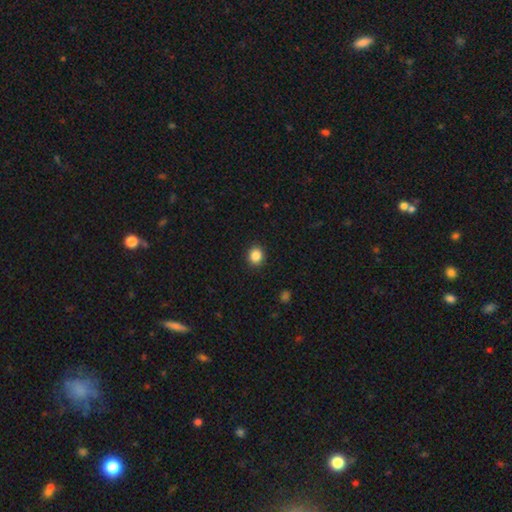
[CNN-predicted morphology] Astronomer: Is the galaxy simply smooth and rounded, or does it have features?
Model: smooth — 86%.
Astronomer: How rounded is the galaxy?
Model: round — 79%.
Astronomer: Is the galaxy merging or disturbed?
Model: none — 91%.